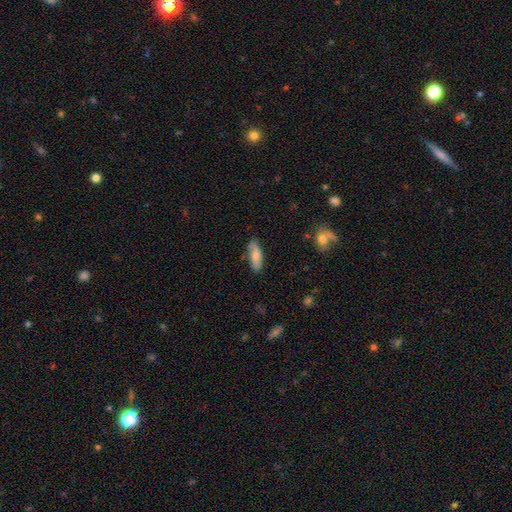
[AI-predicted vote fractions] smooth 77%, featured or disk 17%, star or artifact 6%. Down the decision tree: how rounded — in between (66%); merging — none (80%).